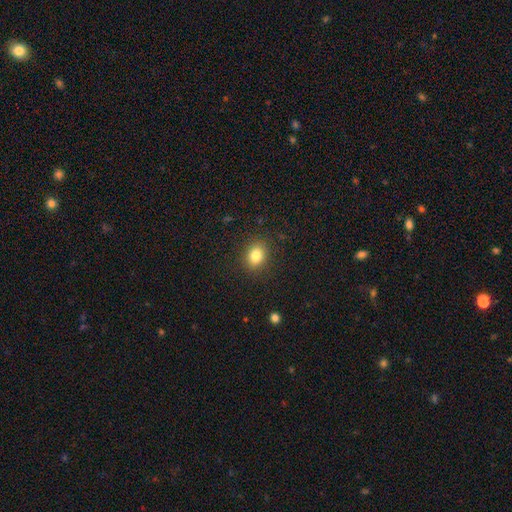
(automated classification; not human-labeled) Smooth or featured? smooth (83%)
How rounded? round (51%)
Merging? none (87%)